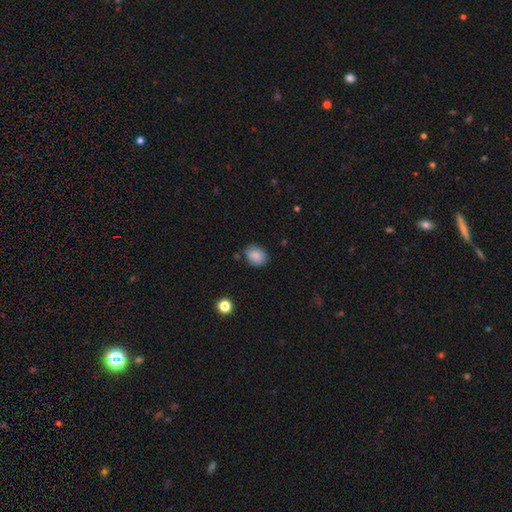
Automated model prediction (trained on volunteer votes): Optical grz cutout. It shows a smooth galaxy with no disk features (87%) that is in between round and cigar-shaped (55%). Merging: none (78%).